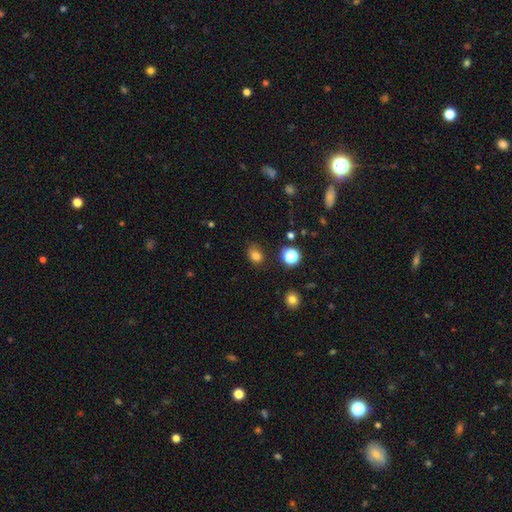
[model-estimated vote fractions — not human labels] The model was most divided on "how rounded": in between: 55%, round: 44%, cigar-shaped: 1%. More confident: smooth or featured — smooth (77%); merging — none (67%).